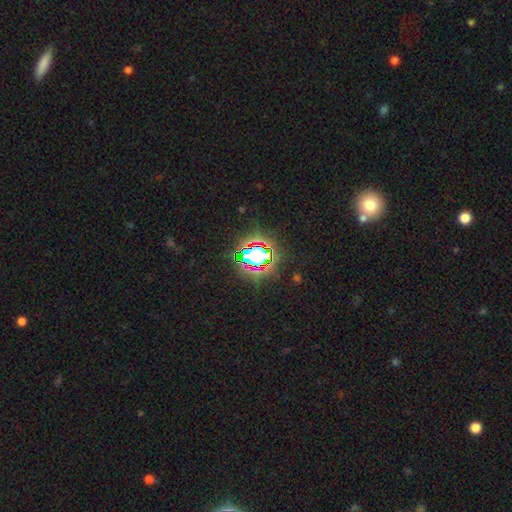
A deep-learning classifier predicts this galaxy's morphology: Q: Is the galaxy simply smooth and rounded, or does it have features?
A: star or artifact — 71%.